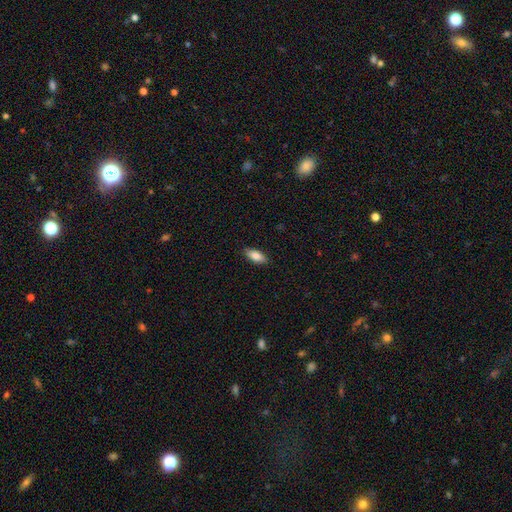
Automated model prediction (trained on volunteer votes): This is clearly a smooth galaxy (83%). How rounded: clearly in between (80%). Merging: clearly none (89%).